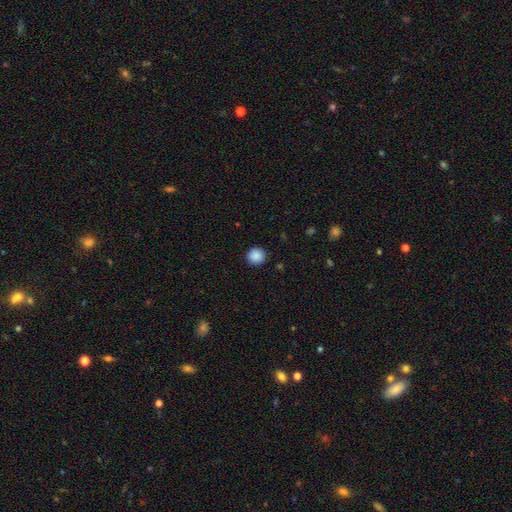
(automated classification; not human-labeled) Smooth or featured? Predicted: smooth (p=0.88). How rounded? Predicted: round (p=0.94). Merging? Predicted: none (p=0.91).